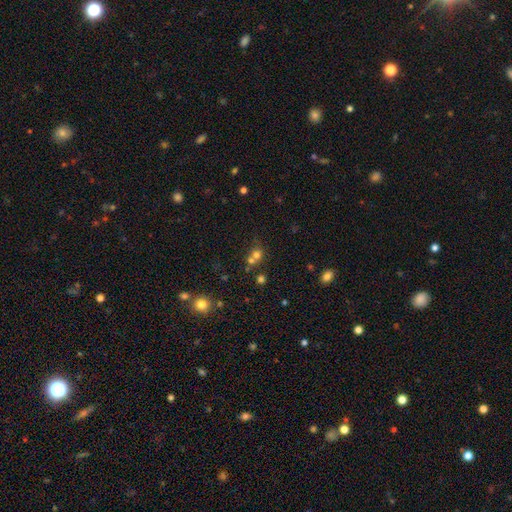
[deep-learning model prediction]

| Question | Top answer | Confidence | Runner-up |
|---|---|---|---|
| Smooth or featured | smooth | 60% | star or artifact (27%) |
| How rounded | round | 81% | in between (17%) |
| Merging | none | 47% | merger (42%) |